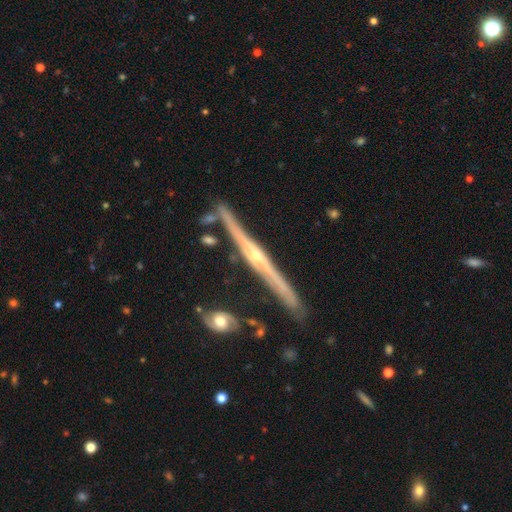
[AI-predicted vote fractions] The model was most divided on "edge-on bulge": rounded: 81%, none: 15%, boxy: 4%. More confident: edge-on disk — yes (98%); smooth or featured — featured or disk (86%); merging — none (84%).